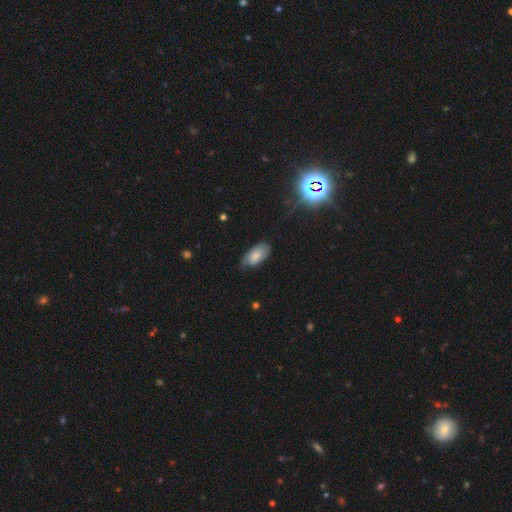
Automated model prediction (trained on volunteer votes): This appears to be a smooth galaxy with no disk features (70%) that is in between round and cigar-shaped (93%). Merging: none (58%).